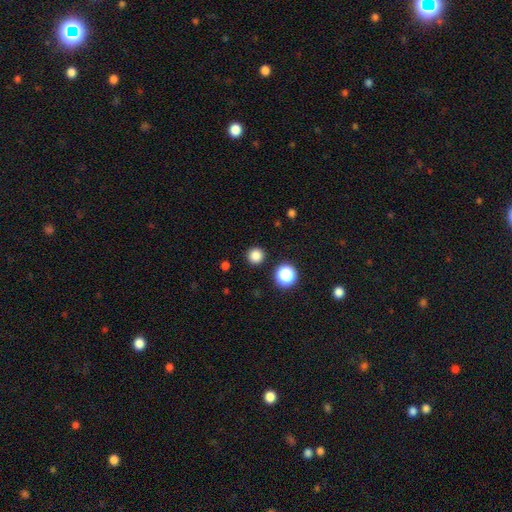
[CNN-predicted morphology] Q: Smooth or featured?
A: smooth (83%); runner-up: star or artifact (14%)
Q: How rounded?
A: round (96%); runner-up: in between (3%)
Q: Merging?
A: none (92%); runner-up: minor disturbance (5%)